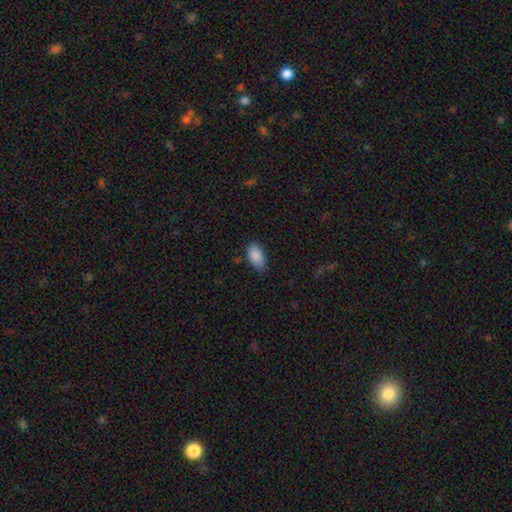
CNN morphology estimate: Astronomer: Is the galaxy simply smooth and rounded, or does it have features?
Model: smooth — 88%.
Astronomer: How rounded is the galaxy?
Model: in between — 94%.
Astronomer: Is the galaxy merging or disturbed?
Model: none — 82%.